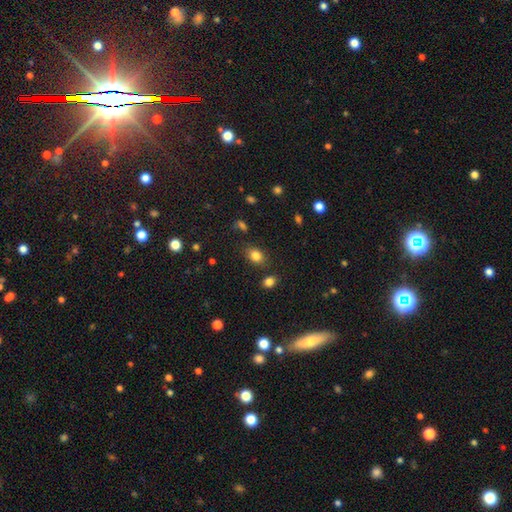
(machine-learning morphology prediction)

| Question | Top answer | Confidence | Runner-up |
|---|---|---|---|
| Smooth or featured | smooth | 83% | star or artifact (11%) |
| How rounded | in between | 67% | round (32%) |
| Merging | none | 80% | minor disturbance (12%) |